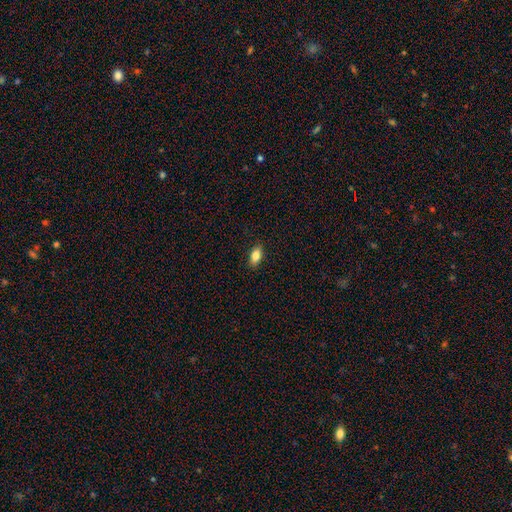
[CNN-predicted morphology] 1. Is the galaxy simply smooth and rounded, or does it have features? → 82% smooth, 10% featured or disk, 8% star or artifact.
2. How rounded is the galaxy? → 87% in between, 8% cigar-shaped, 5% round.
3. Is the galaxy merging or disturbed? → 89% none, 8% minor disturbance, 2% major disturbance, 1% merger.